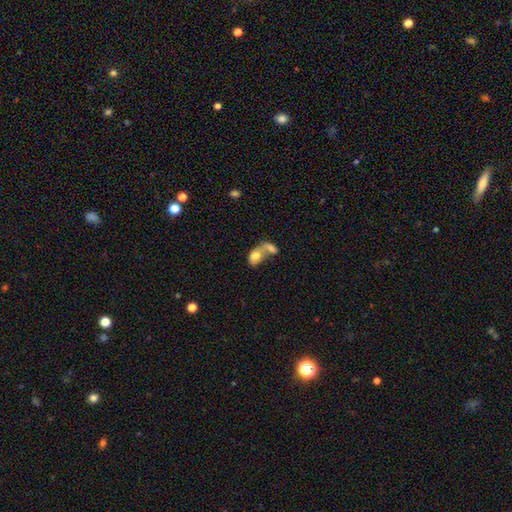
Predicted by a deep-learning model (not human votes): smooth_or_featured: smooth (p=0.69) [alt: featured or disk p=0.24]
how_rounded: in between (p=0.76) [alt: round p=0.21]
merging: merger (p=0.72) [alt: none p=0.11]